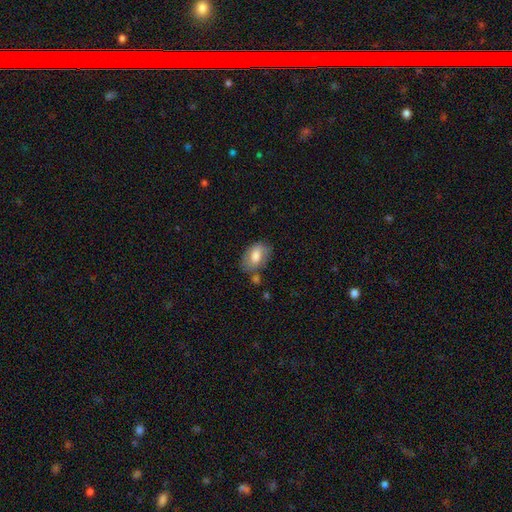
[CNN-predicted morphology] smooth 71%, featured or disk 22%, star or artifact 7%. Down the decision tree: how rounded — in between (88%); merging — none (64%).